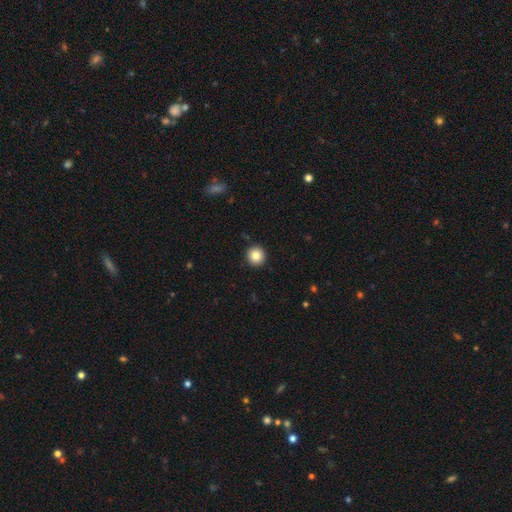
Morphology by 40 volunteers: Smooth or featured? 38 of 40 (95%) said smooth. How rounded? 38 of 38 (100%) said round. Merging? 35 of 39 (90%) said none.